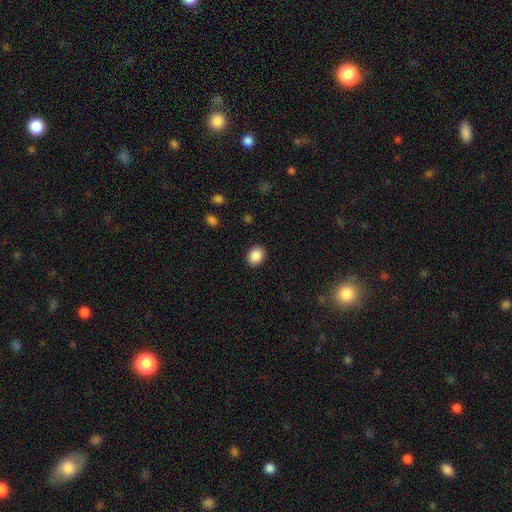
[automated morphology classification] A smooth galaxy with no disk features (88%) that is round (51%).

Vote fractions:
- Smooth or featured? smooth: 88% / star or artifact: 8% / featured or disk: 4%
- How rounded? round: 51% / in between: 48% / cigar-shaped: 1%
- Merging? none: 90% / minor disturbance: 7% / major disturbance: 2% / merger: 1%